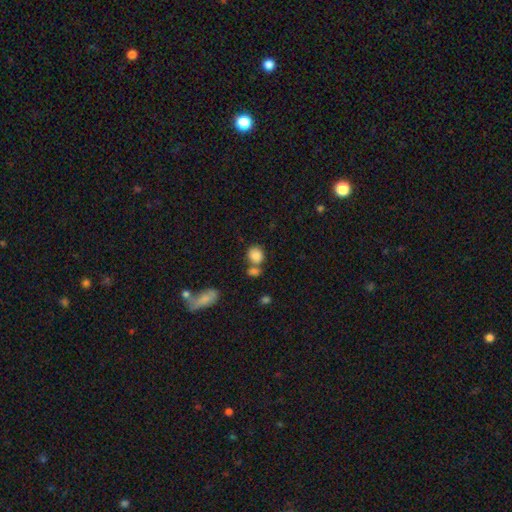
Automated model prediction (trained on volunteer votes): Q: Smooth or featured?
A: smooth (84%); runner-up: star or artifact (9%)
Q: How rounded?
A: round (64%); runner-up: in between (34%)
Q: Merging?
A: none (49%); runner-up: merger (34%)